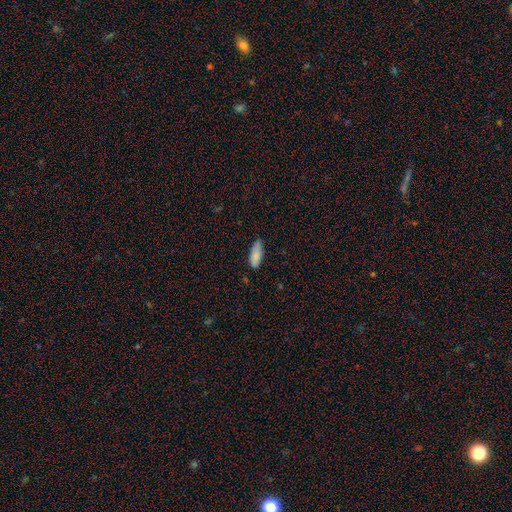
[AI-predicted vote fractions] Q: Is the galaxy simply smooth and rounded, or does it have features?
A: smooth — 85%.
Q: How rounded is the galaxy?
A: in between — 72%.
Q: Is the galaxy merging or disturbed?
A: none — 72%.